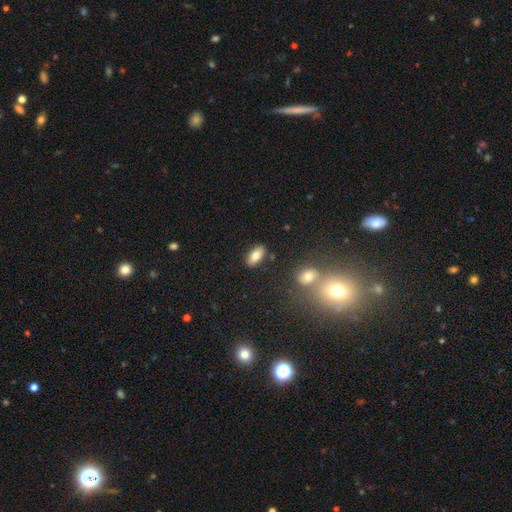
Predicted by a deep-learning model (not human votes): Q: Smooth or featured?
A: smooth (80%); runner-up: featured or disk (11%)
Q: How rounded?
A: in between (88%); runner-up: cigar-shaped (8%)
Q: Merging?
A: none (86%); runner-up: minor disturbance (9%)